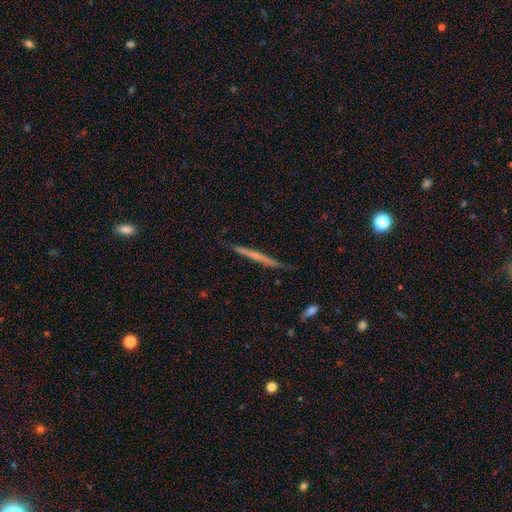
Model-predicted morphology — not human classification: The model was most divided on "smooth or featured": featured or disk: 50%, smooth: 44%, star or artifact: 7%. More confident: merging — none (87%).